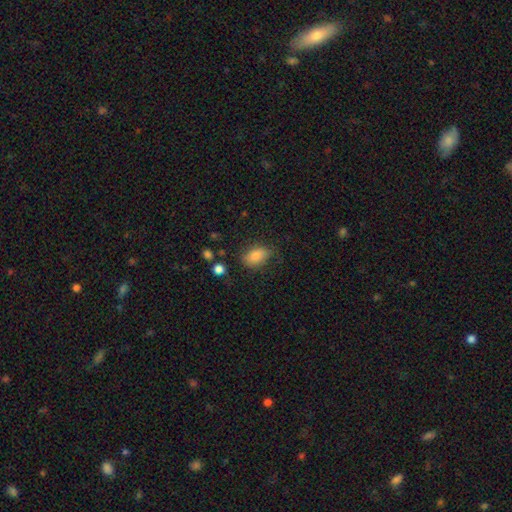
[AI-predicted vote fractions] smooth-or-featured: smooth: 82% | featured or disk: 10% | star or artifact: 9%
  how-rounded: in between: 87% | round: 10% | cigar-shaped: 3%
  merging: none: 74% | minor disturbance: 19% | major disturbance: 5% | merger: 2%